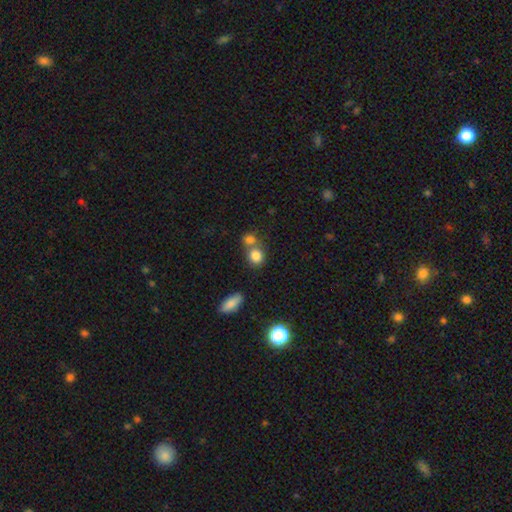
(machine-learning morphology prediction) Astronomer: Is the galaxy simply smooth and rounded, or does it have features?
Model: smooth — 81%.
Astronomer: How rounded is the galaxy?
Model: round — 73%.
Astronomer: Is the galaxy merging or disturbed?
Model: none — 46% (runner-up: merger, 42%).